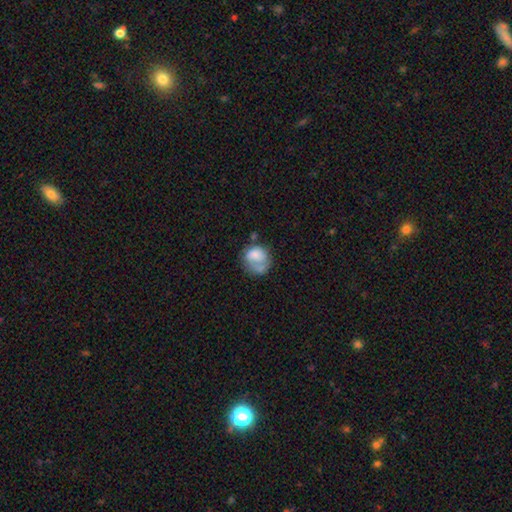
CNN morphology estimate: smooth 66%, featured or disk 26%, star or artifact 8%. Down the decision tree: how rounded — round (68%); merging — none (38%).